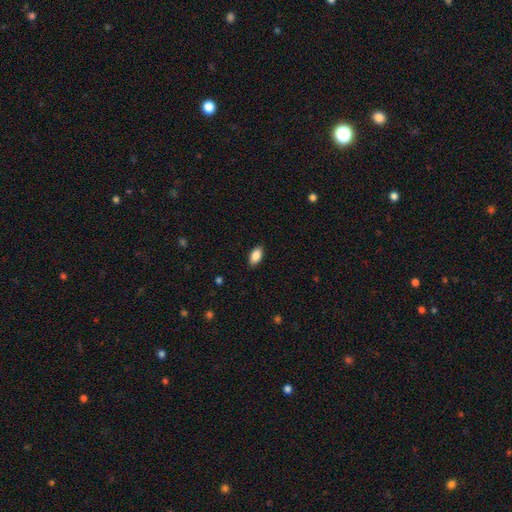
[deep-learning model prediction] The model was most divided on "merging": none: 88%, minor disturbance: 9%, major disturbance: 2%, merger: 1%. More confident: how rounded — in between (93%); smooth or featured — smooth (88%).